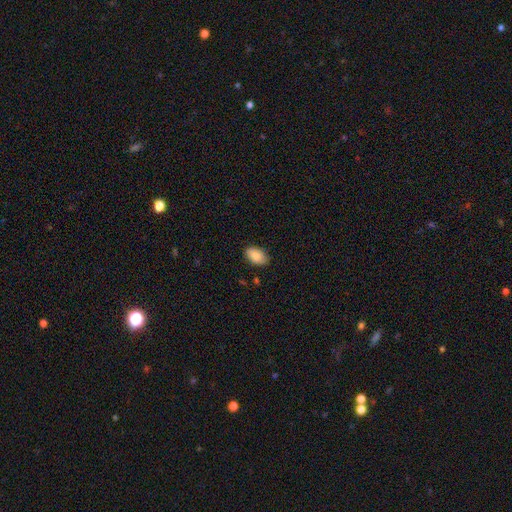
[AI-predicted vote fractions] smooth_or_featured: smooth (p=0.84) [alt: featured or disk p=0.09]
how_rounded: in between (p=0.92) [alt: round p=0.06]
merging: none (p=0.86) [alt: minor disturbance p=0.11]